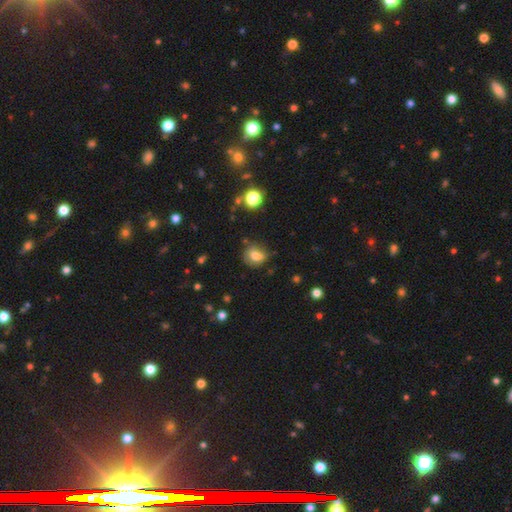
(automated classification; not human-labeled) Overall: smooth (75%). How rounded: round (55%; in between 44%). Merging: none (63%; minor disturbance 24%).